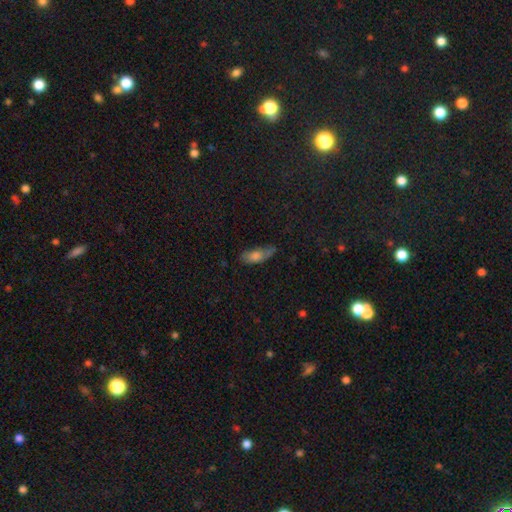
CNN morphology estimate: Overall: smooth (69%). How rounded: in between (71%). Merging: none (53%; minor disturbance 32%).